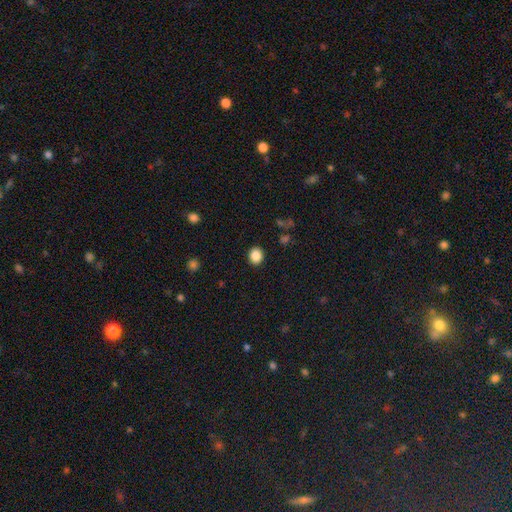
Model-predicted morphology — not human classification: smooth 87%, star or artifact 9%, featured or disk 4%. Down the decision tree: how rounded — round (68%); merging — none (90%).